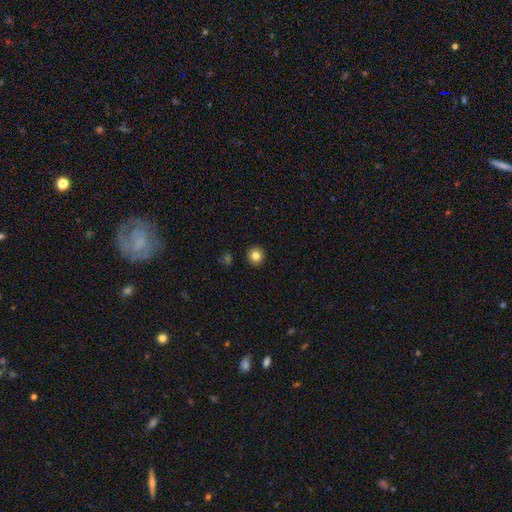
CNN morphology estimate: smooth_or_featured: smooth (p=0.83) [alt: star or artifact p=0.11]
how_rounded: round (p=0.94) [alt: in between p=0.05]
merging: none (p=0.93) [alt: minor disturbance p=0.04]